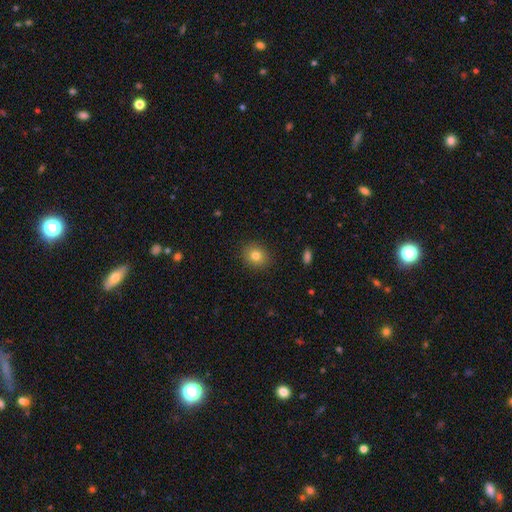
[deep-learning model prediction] A smooth galaxy with no disk features (80%) that is round (68%).

Vote fractions:
- Smooth or featured? smooth: 80% / star or artifact: 11% / featured or disk: 9%
- How rounded? round: 68% / in between: 31% / cigar-shaped: 1%
- Merging? none: 89% / minor disturbance: 7% / major disturbance: 2% / merger: 1%